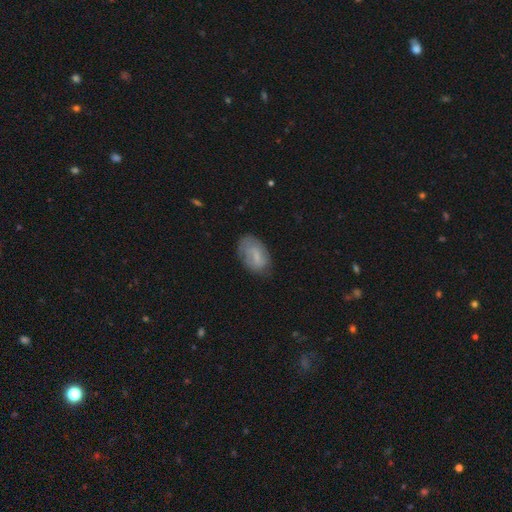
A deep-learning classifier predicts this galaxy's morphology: A smooth galaxy with no disk features (63%) that is in between round and cigar-shaped (91%).

Vote fractions:
- Smooth or featured? smooth: 63% / featured or disk: 29% / star or artifact: 8%
- How rounded? in between: 91% / round: 7% / cigar-shaped: 2%
- Merging? none: 61% / minor disturbance: 27% / major disturbance: 10% / merger: 2%